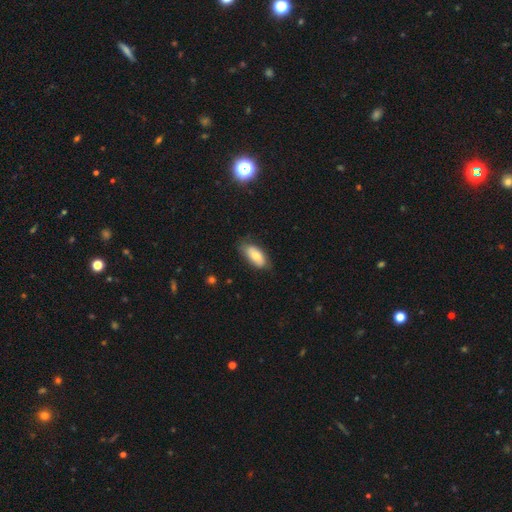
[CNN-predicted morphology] Smooth or featured: smooth — 76% (featured or disk — 17%)
How rounded: in between — 90% (cigar-shaped — 7%)
Merging: none — 70% (minor disturbance — 24%)